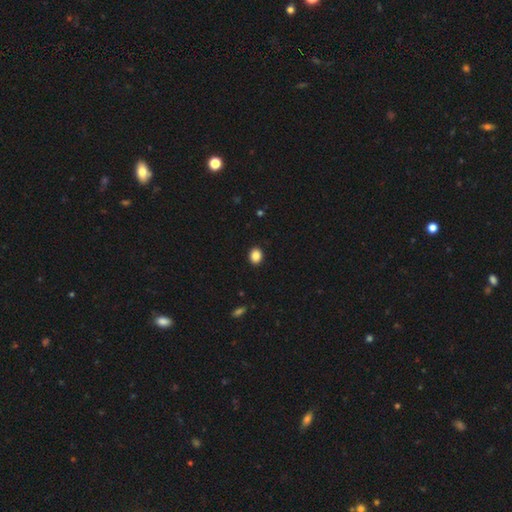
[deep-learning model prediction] This is clearly a smooth galaxy (87%). How rounded: possibly round (50%). Merging: clearly none (91%).